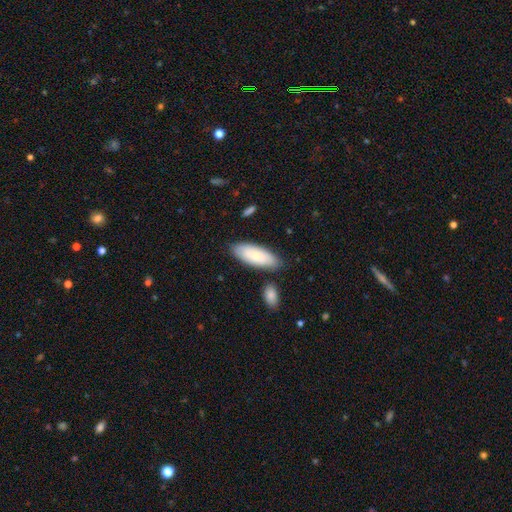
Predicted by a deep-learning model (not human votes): Smooth or featured? Predicted: smooth (p=0.71). How rounded? Predicted: in between (p=0.80). Merging? Predicted: none (p=0.78).